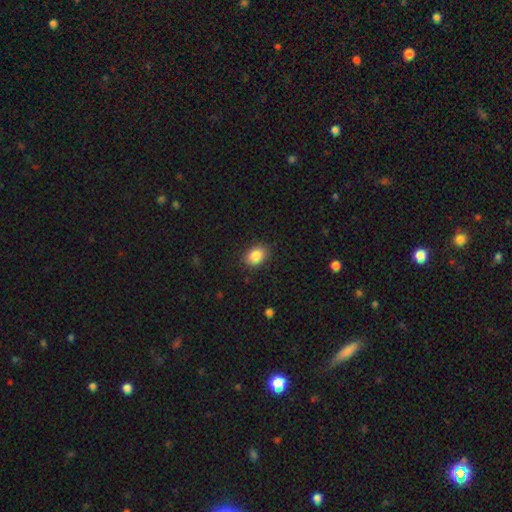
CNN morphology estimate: smooth-or-featured: smooth: 87% | star or artifact: 8% | featured or disk: 5%
  how-rounded: in between: 71% | round: 28% | cigar-shaped: 1%
  merging: none: 85% | minor disturbance: 11% | major disturbance: 3% | merger: 1%